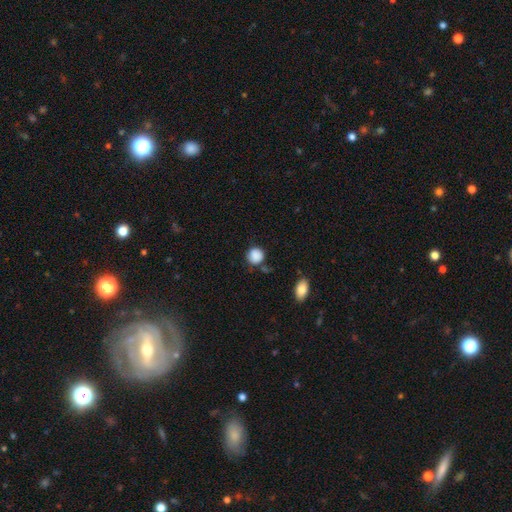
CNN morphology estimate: Q: Smooth or featured?
A: smooth (88%); runner-up: star or artifact (8%)
Q: How rounded?
A: round (89%); runner-up: in between (10%)
Q: Merging?
A: none (78%); runner-up: minor disturbance (13%)